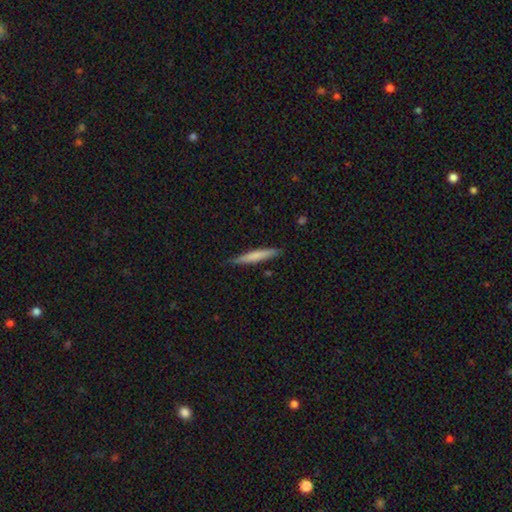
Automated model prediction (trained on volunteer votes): smooth_or_featured: smooth (p=0.68) [alt: featured or disk p=0.27]
how_rounded: cigar-shaped (p=0.95) [alt: in between p=0.04]
merging: none (p=0.87) [alt: minor disturbance p=0.10]